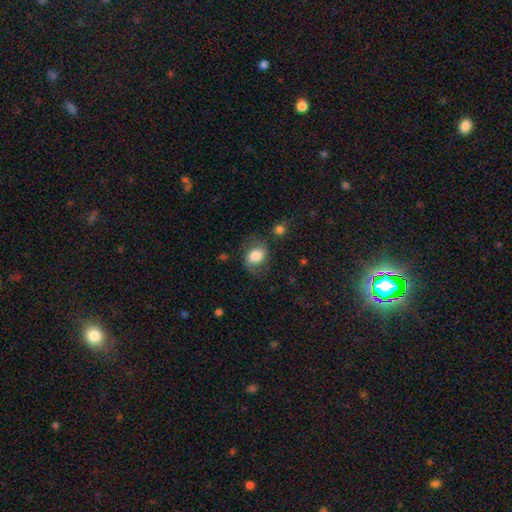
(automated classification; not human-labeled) Overall: smooth (71%). How rounded: in between (59%; round 40%). Merging: none (61%; minor disturbance 23%).